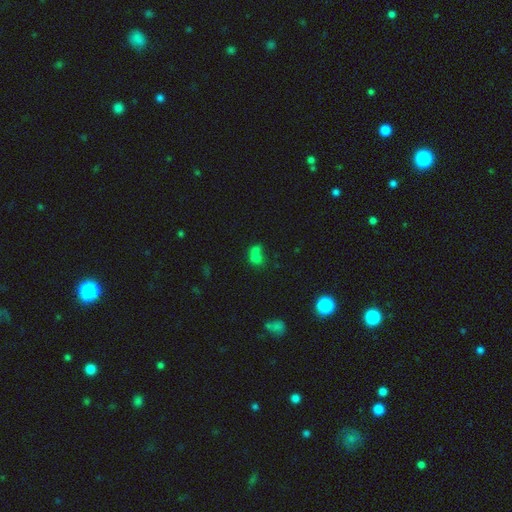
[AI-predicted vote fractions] This is likely a smooth galaxy (68%). How rounded: possibly round (57%). Merging: likely merger (62%).